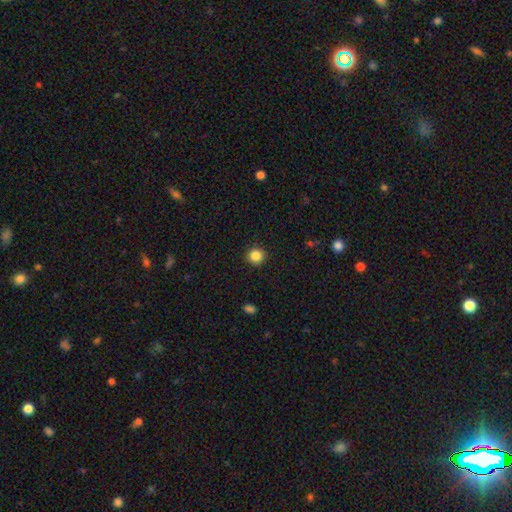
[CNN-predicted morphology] The model was most divided on "smooth or featured": smooth: 85%, star or artifact: 11%, featured or disk: 4%. More confident: how rounded — round (93%); merging — none (92%).